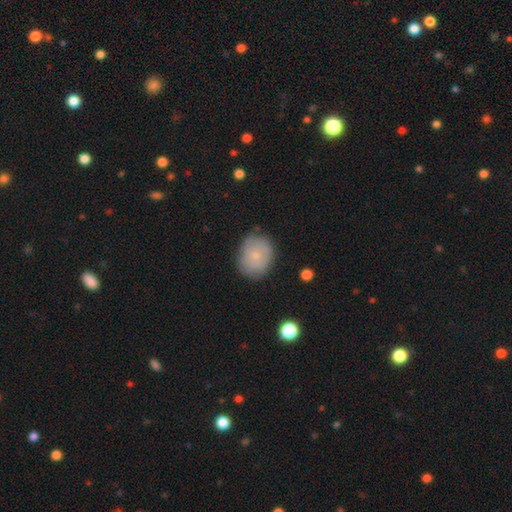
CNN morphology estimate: Smooth or featured? Predicted: smooth (p=0.63). How rounded? Predicted: round (p=0.52). Merging? Predicted: none (p=0.76).